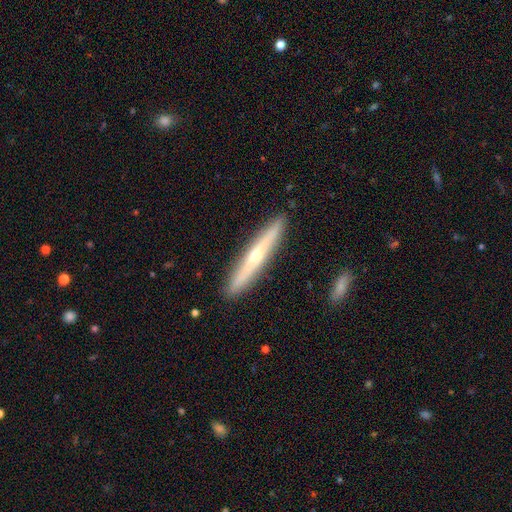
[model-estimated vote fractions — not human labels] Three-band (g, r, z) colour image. It shows a featured or disk galaxy (58%) viewed edge-on (93%) with a rounded central bulge (78%). Merging: none (91%).